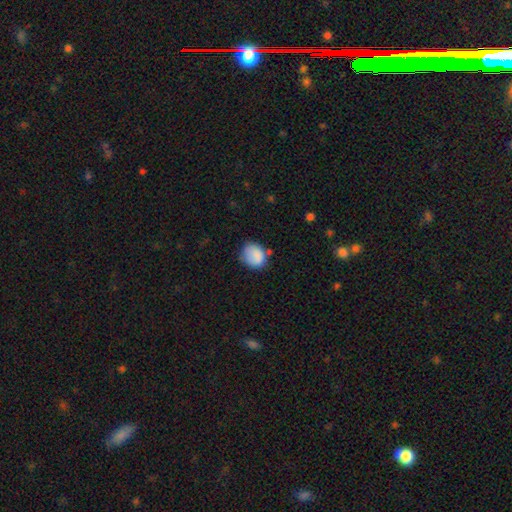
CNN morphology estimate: Smooth or featured?
  - smooth: 84% *
  - star or artifact: 8%
  - featured or disk: 8%
How rounded?
  - round: 63% *
  - in between: 36%
  - cigar-shaped: 1%
Merging?
  - none: 61% *
  - minor disturbance: 27%
  - major disturbance: 8%
  - merger: 4%